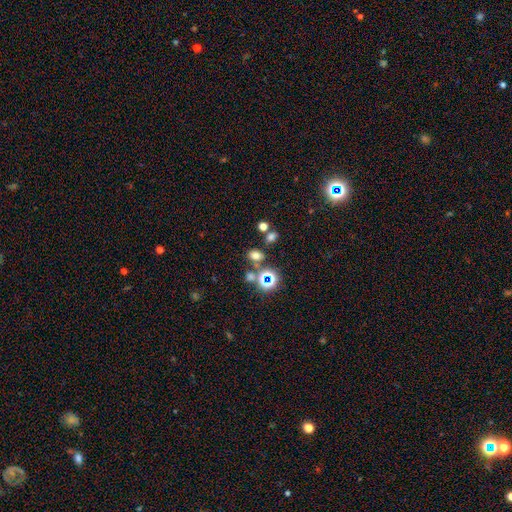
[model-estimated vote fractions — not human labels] Morphology: type=smooth (64%); roundness=in between (66%); merging=none (70%).